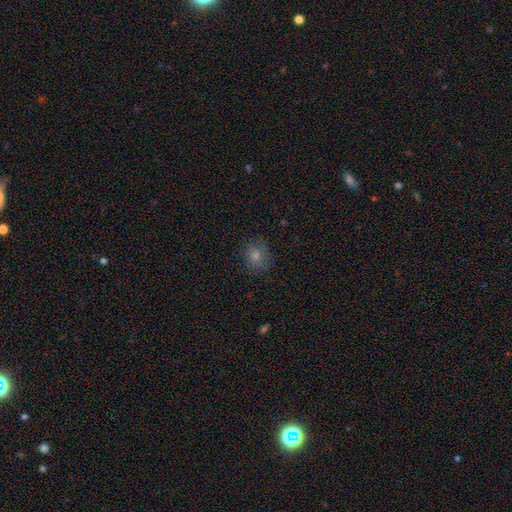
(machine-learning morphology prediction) A smooth galaxy with no disk features (58%) that is round (79%).

Vote fractions:
- Smooth or featured? smooth: 58% / star or artifact: 21% / featured or disk: 21%
- How rounded? round: 79% / in between: 20% / cigar-shaped: 1%
- Merging? none: 78% / minor disturbance: 15% / major disturbance: 6% / merger: 1%